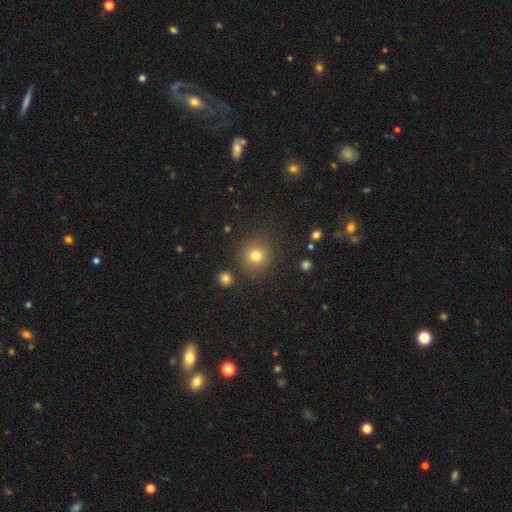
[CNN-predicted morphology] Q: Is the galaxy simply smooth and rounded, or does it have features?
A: smooth — 79%.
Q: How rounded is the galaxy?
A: round — 92%.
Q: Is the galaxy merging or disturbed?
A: none — 87%.